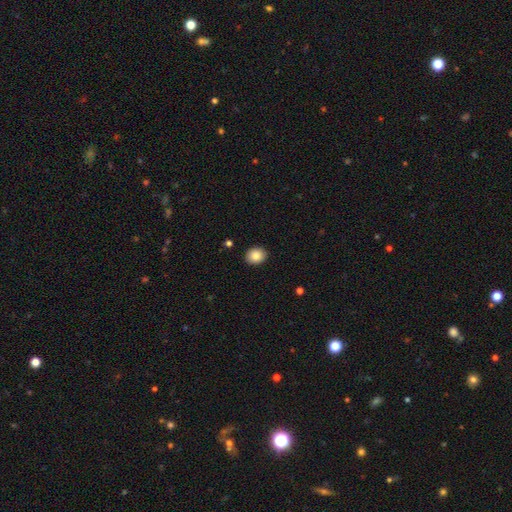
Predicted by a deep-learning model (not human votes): Smooth or featured: smooth — 87% (star or artifact — 8%)
How rounded: round — 60% (in between — 39%)
Merging: none — 90% (minor disturbance — 7%)